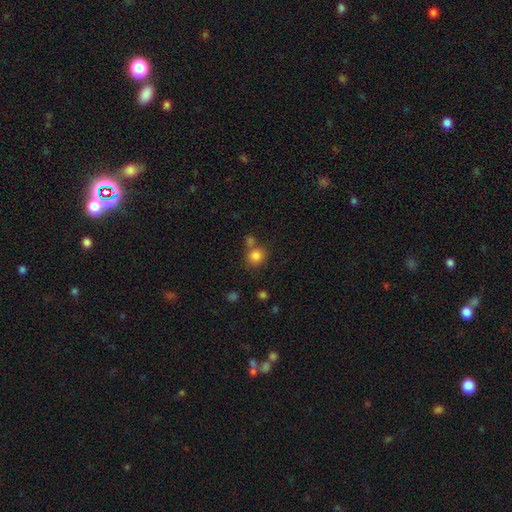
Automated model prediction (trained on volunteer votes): Smooth or featured?
  - smooth: 83% *
  - star or artifact: 11%
  - featured or disk: 6%
How rounded?
  - round: 83% *
  - in between: 16%
  - cigar-shaped: 1%
Merging?
  - none: 60% *
  - merger: 26%
  - minor disturbance: 10%
  - major disturbance: 4%